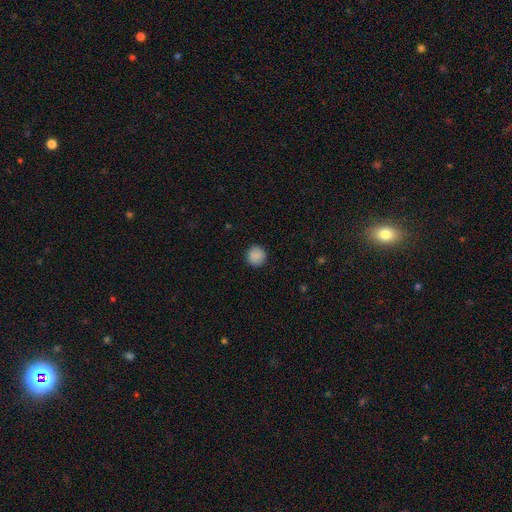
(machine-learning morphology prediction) smooth 89%, star or artifact 9%, featured or disk 3%. Down the decision tree: how rounded — round (94%); merging — none (91%).